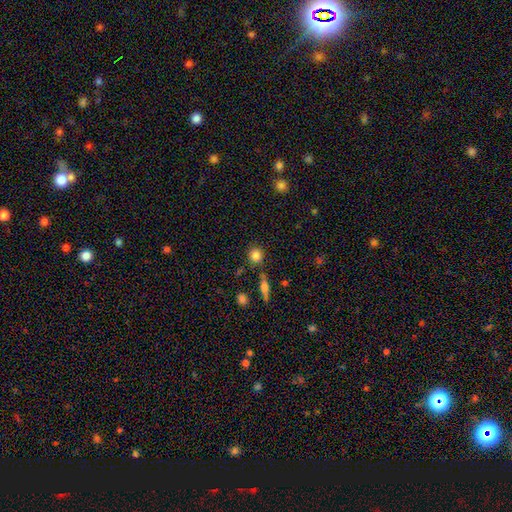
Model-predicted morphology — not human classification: Smooth or featured?
  - smooth: 83% *
  - star or artifact: 10%
  - featured or disk: 6%
How rounded?
  - round: 86% *
  - in between: 13%
  - cigar-shaped: 2%
Merging?
  - none: 78% *
  - minor disturbance: 12%
  - merger: 7%
  - major disturbance: 4%